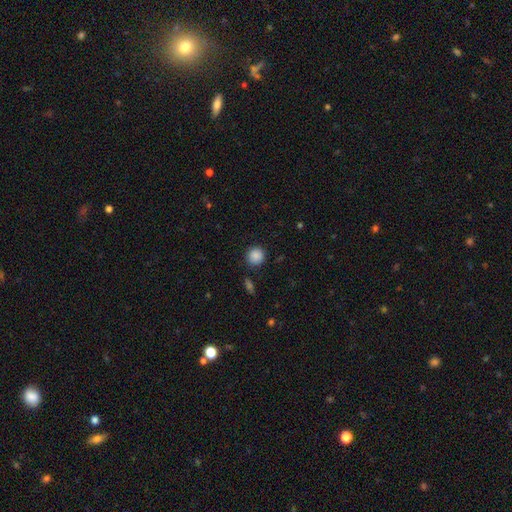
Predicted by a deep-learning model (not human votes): Smooth or featured?
  - smooth: 88% *
  - star or artifact: 9%
  - featured or disk: 4%
How rounded?
  - round: 92% *
  - in between: 7%
  - cigar-shaped: 1%
Merging?
  - none: 87% *
  - minor disturbance: 8%
  - major disturbance: 3%
  - merger: 2%